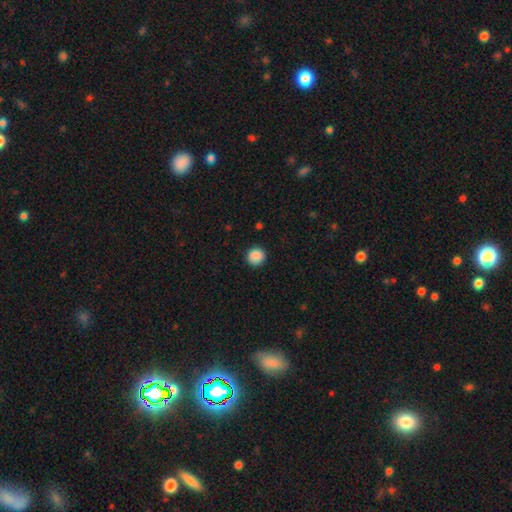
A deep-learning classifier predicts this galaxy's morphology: A smooth galaxy with no disk features (88%) that is round (93%). Merging: none (89%).